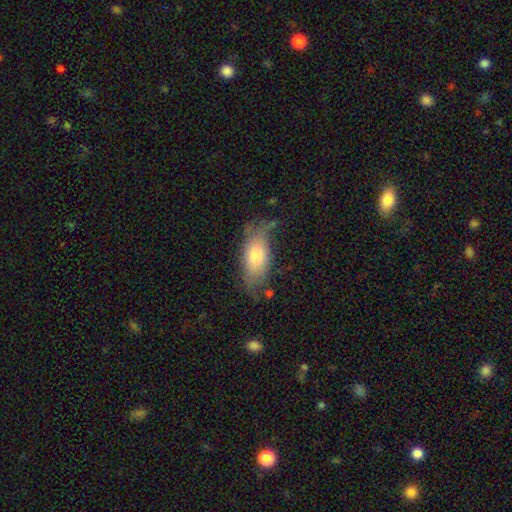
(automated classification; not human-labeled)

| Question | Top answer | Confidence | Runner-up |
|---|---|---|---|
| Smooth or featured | smooth | 71% | featured or disk (22%) |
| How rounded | in between | 85% | cigar-shaped (12%) |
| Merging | none | 55% | minor disturbance (30%) |